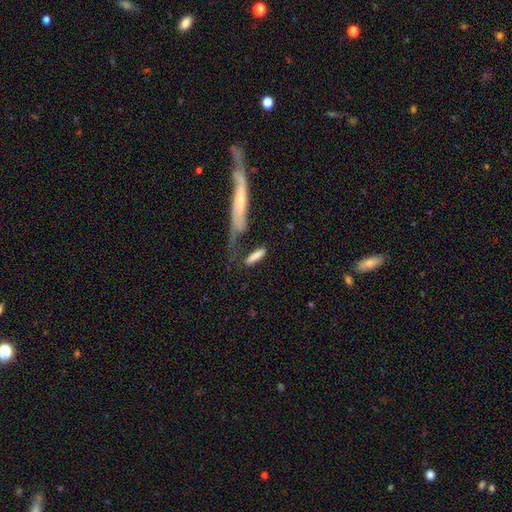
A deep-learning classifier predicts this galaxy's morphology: smooth-or-featured: smooth: 77% | featured or disk: 17% | star or artifact: 7%
  how-rounded: cigar-shaped: 69% | in between: 28% | round: 3%
  merging: none: 50% | merger: 18% | minor disturbance: 18% | major disturbance: 14%